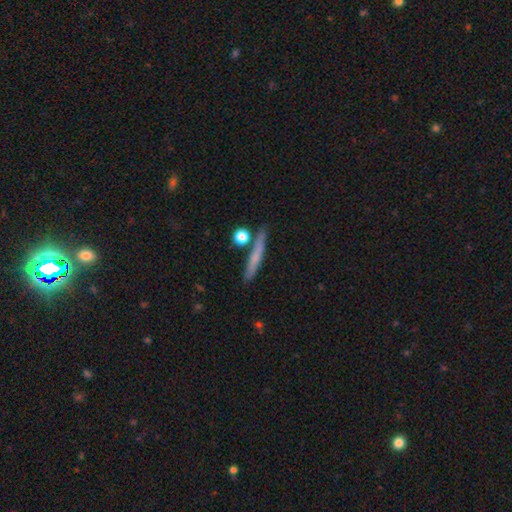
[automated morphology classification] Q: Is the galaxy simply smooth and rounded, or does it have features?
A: smooth — 58%.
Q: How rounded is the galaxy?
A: cigar-shaped — 90%.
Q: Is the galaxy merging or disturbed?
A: none — 79%.